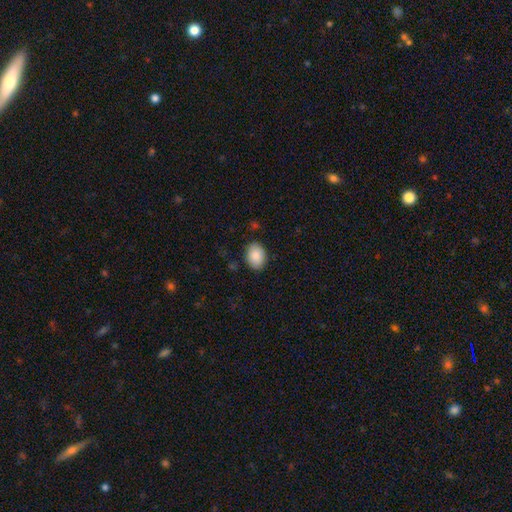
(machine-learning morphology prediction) type=smooth (87%); roundness=in between (77%); merging=none (86%).